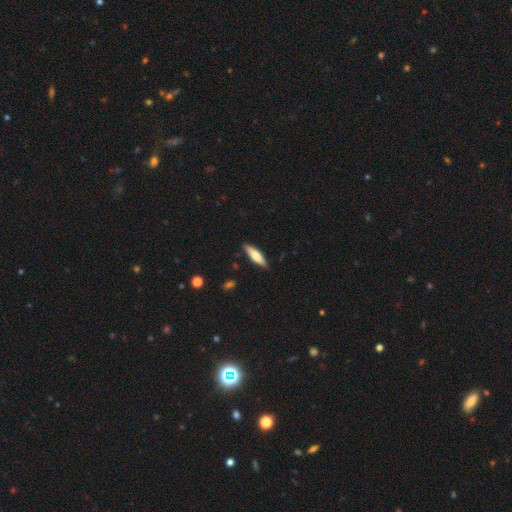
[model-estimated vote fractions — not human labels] smooth 70%, featured or disk 24%, star or artifact 6%. Down the decision tree: how rounded — cigar-shaped (62%); merging — none (85%).